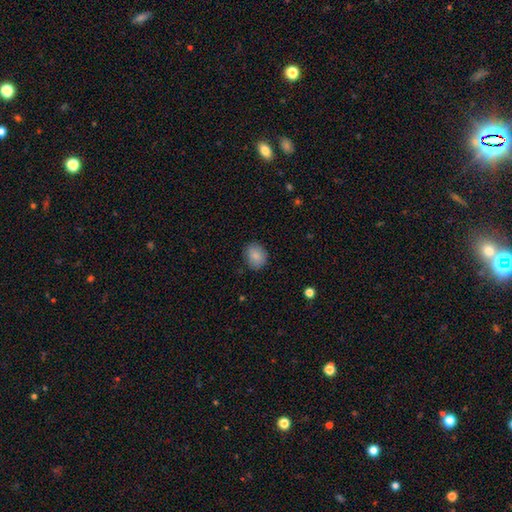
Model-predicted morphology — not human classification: smooth_or_featured: smooth (p=0.86) [alt: star or artifact p=0.08]
how_rounded: round (p=0.55) [alt: in between p=0.44]
merging: none (p=0.80) [alt: minor disturbance p=0.15]